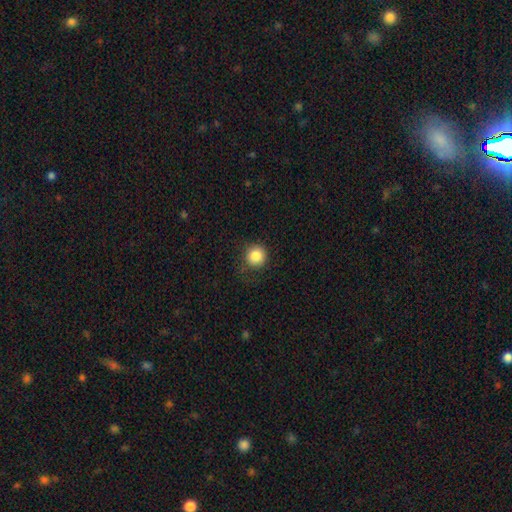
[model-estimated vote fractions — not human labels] This is clearly a smooth galaxy (85%). How rounded: clearly round (92%). Merging: likely none (80%).